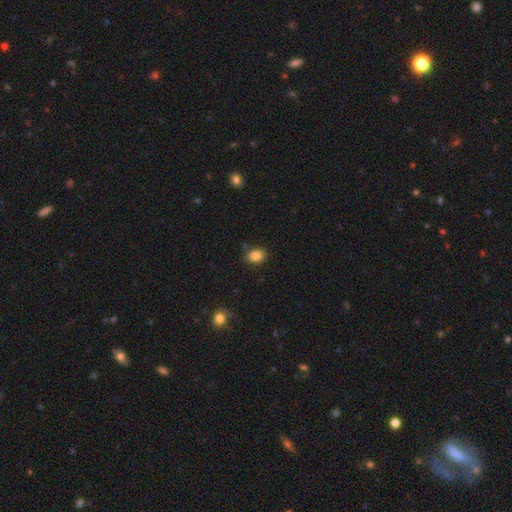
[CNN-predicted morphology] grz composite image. It shows a smooth galaxy with no disk features (86%) that is in between round and cigar-shaped (58%). Merging: none (82%).